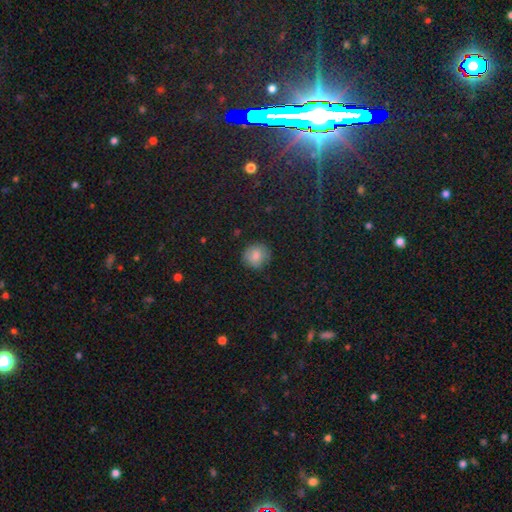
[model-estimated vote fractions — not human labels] Morphology: type=smooth (83%); roundness=round (88%); merging=none (83%).